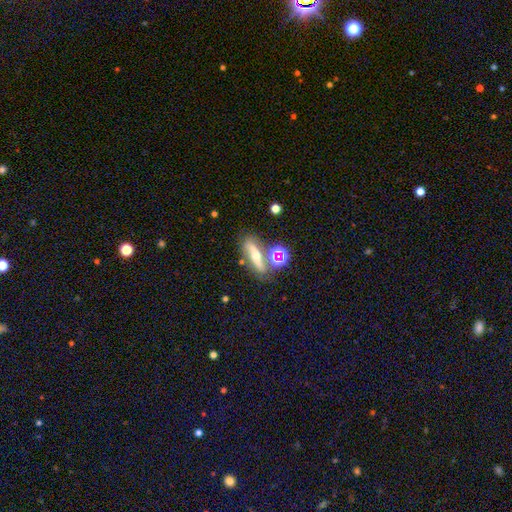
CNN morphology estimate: This appears to be a featured or disk galaxy (59%) viewed edge-on (63%). Merging: none (68%).